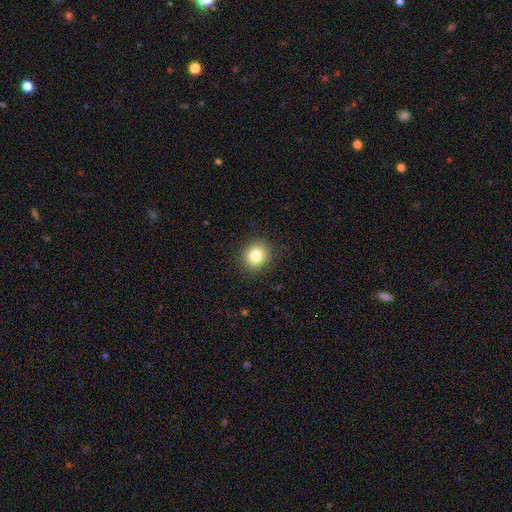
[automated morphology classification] Smooth or featured: smooth — 82% (star or artifact — 11%)
How rounded: round — 82% (in between — 17%)
Merging: none — 90% (minor disturbance — 7%)